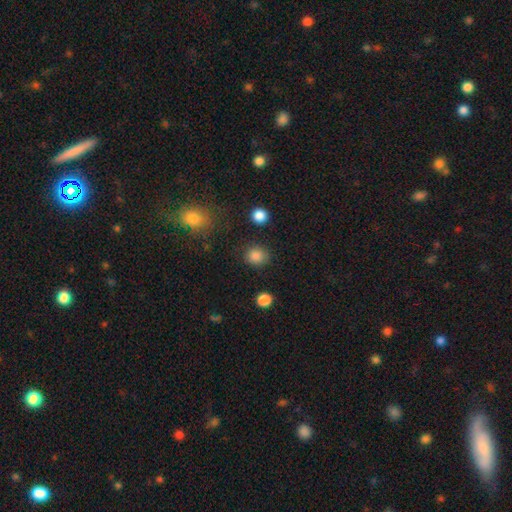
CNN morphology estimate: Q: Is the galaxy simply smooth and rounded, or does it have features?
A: smooth — 85%.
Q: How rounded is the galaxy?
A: round — 76%.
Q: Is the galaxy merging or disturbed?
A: none — 84%.